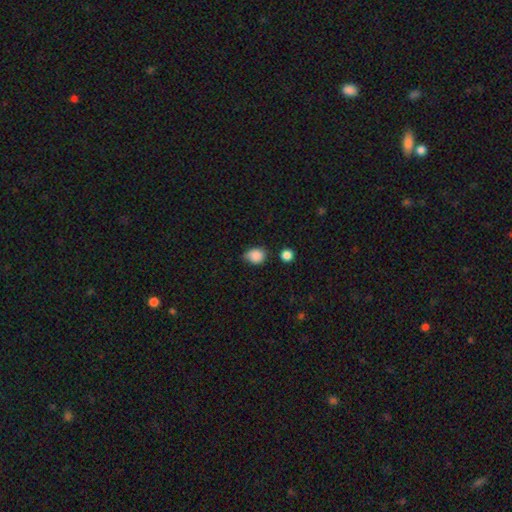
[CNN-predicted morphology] Smooth or featured: smooth — 86% (star or artifact — 9%)
How rounded: round — 56% (in between — 43%)
Merging: none — 54% (minor disturbance — 34%)